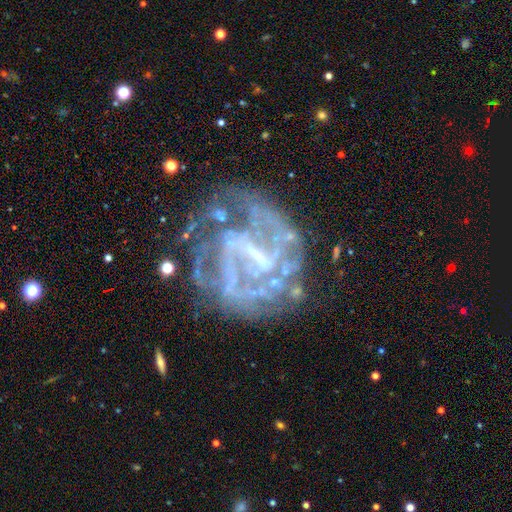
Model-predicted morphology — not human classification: A featured or disk galaxy (84%) with a weak bar (43%), tight (46%) spiral arms (74%) and a small central bulge (44%). Merging: none (54%).